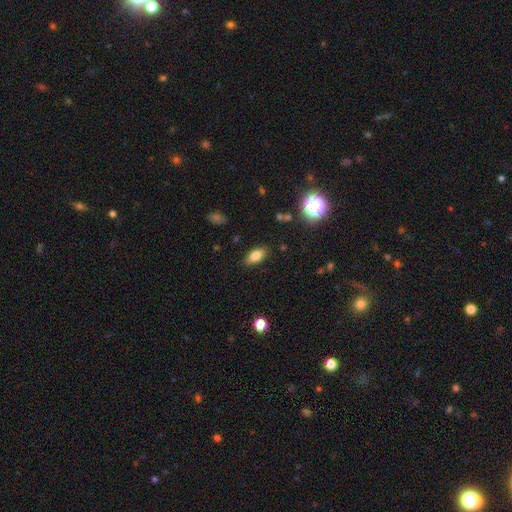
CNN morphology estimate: Overall: smooth (78%). How rounded: in between (86%). Merging: none (86%).